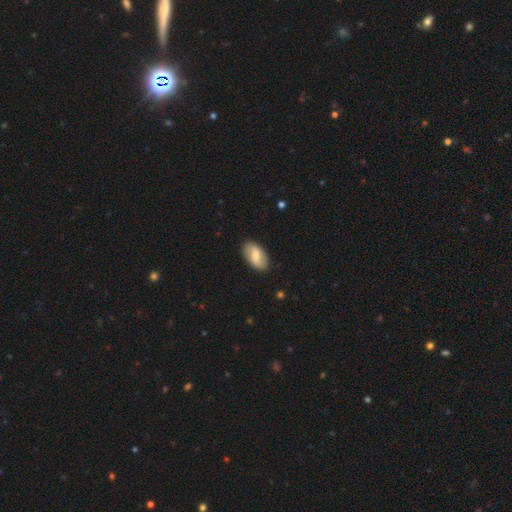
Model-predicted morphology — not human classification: The model was most divided on "smooth or featured": smooth: 64%, featured or disk: 30%, star or artifact: 6%. More confident: how rounded — in between (94%); merging — none (86%).